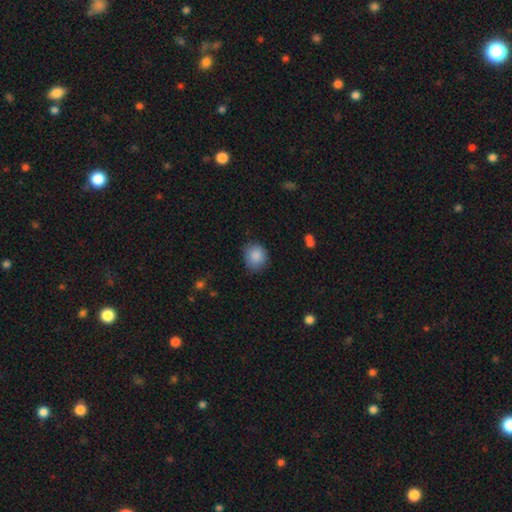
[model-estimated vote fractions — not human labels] Morphology: type=smooth (87%); roundness=round (75%); merging=none (75%).